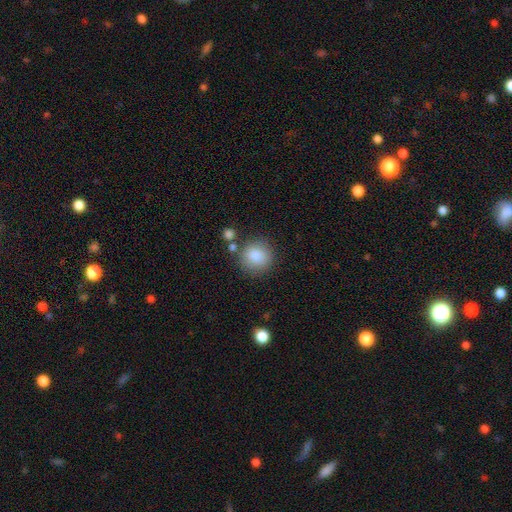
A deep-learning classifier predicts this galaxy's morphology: Smooth or featured: smooth — 87% (star or artifact — 8%)
How rounded: round — 91% (in between — 8%)
Merging: none — 77% (minor disturbance — 11%)